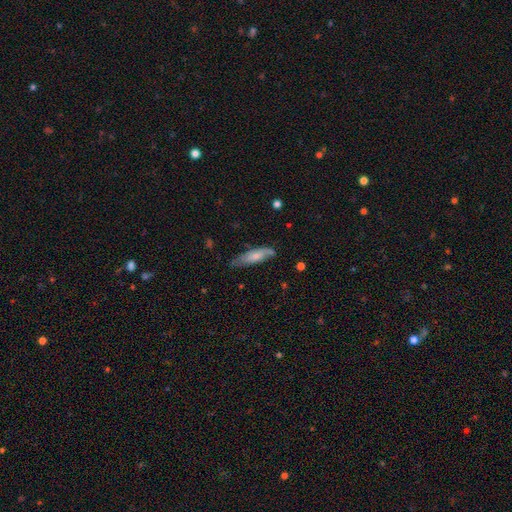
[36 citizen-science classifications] Smooth or featured: smooth — 56% (featured or disk — 42%)
How rounded: in between — 50% (tied with cigar-shaped — 50%)
Merging: none — 63% (minor disturbance — 31%)